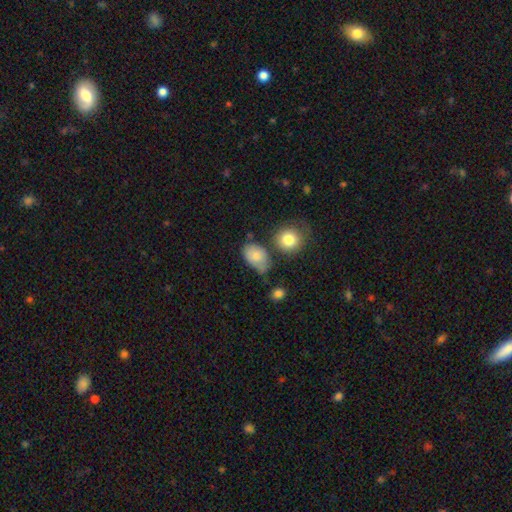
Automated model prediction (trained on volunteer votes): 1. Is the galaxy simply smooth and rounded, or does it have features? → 80% smooth, 11% featured or disk, 8% star or artifact.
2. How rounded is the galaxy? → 79% in between, 20% round, 1% cigar-shaped.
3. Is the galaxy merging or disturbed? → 46% none, 32% minor disturbance, 12% merger, 10% major disturbance.